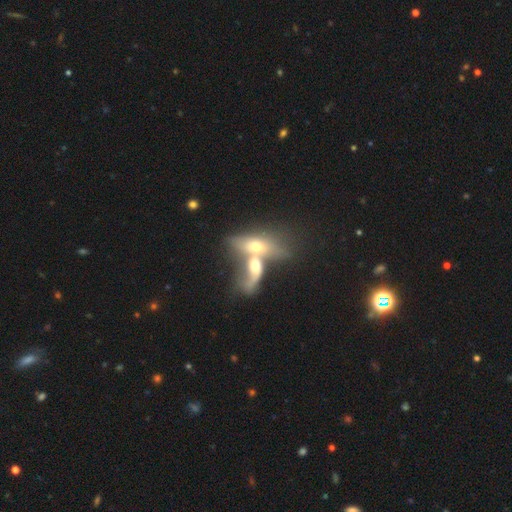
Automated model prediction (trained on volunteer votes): The model was most divided on "smooth or featured": featured or disk: 50%, smooth: 40%, star or artifact: 10%. More confident: merging — merger (72%); edge-on disk — no (59%).